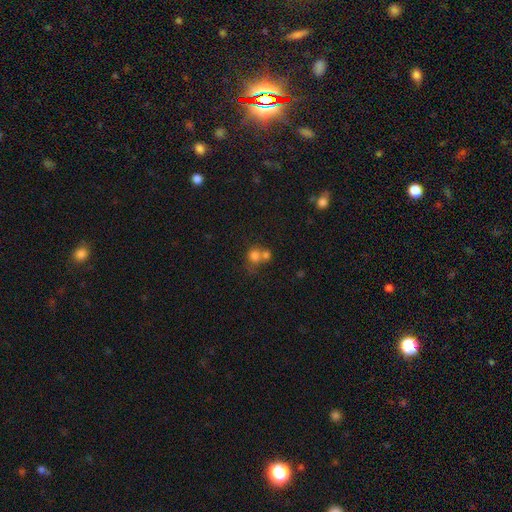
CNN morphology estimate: Overall: smooth (77%). How rounded: round (80%). Merging: merger (51%; none 37%).